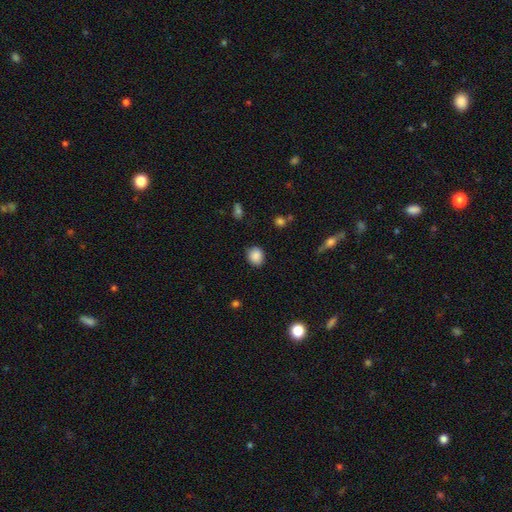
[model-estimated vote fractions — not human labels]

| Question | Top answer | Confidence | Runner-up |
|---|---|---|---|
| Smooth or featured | smooth | 87% | star or artifact (9%) |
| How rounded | round | 64% | in between (35%) |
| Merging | none | 85% | minor disturbance (11%) |